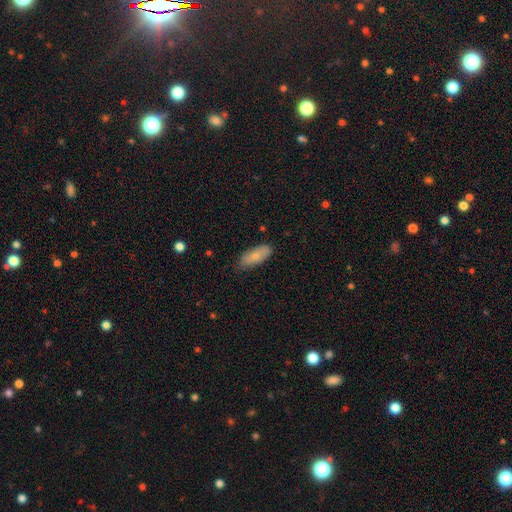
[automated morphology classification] A smooth galaxy with no disk features (77%) that is in between round and cigar-shaped (82%). Merging: none (75%).